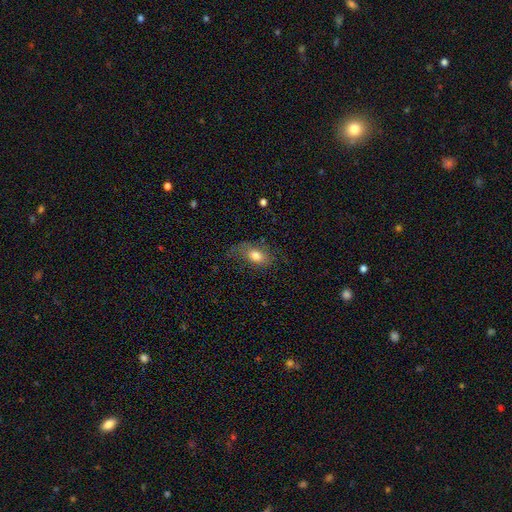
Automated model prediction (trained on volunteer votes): This is likely a smooth galaxy (70%). How rounded: clearly in between (84%). Merging: possibly none (56%).